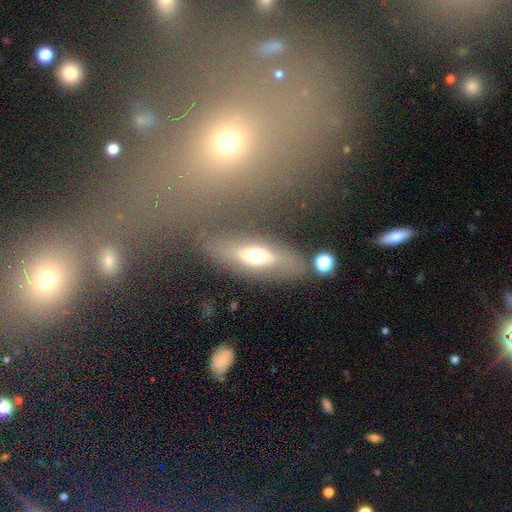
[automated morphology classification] Smooth or featured: smooth — 47% (featured or disk — 44%)
Merging: none — 64% (minor disturbance — 17%)